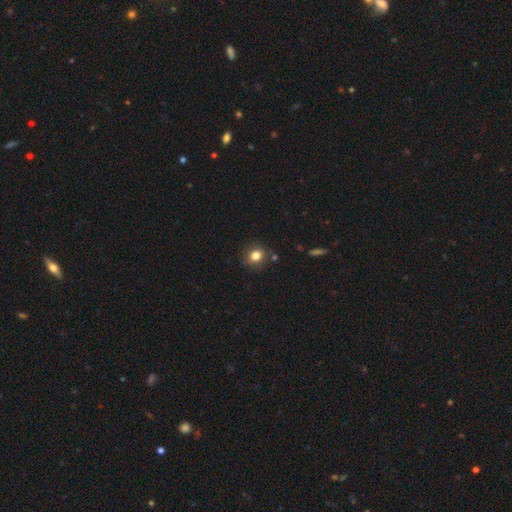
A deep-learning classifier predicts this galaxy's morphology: type=smooth (81%); roundness=round (67%); merging=none (81%).